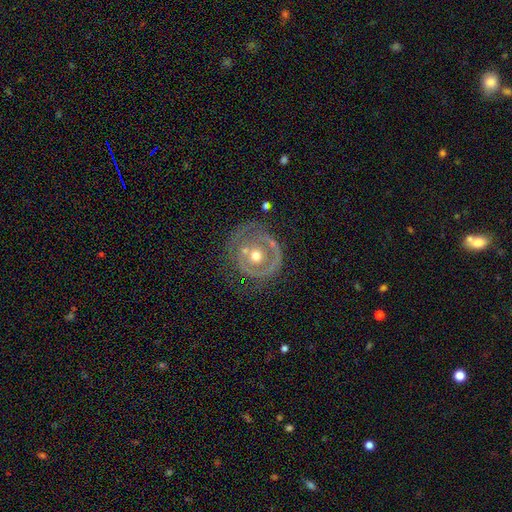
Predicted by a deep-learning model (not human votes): A featured or disk galaxy (62%) with no bar (88%), no spiral arms (74%) and a moderate central bulge (75%). Merging: none (55%).